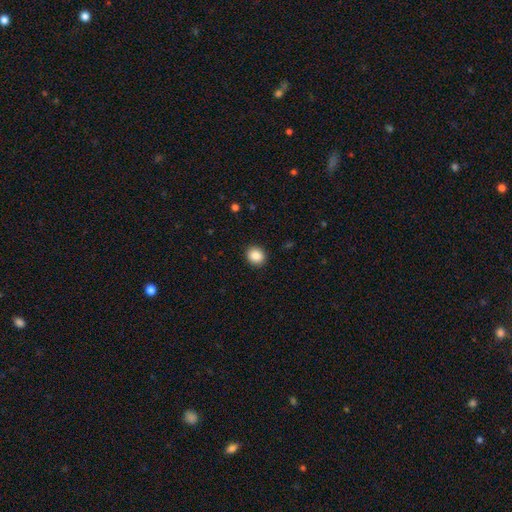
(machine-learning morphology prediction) A smooth galaxy with no disk features (87%) that is round (76%). Merging: none (92%).